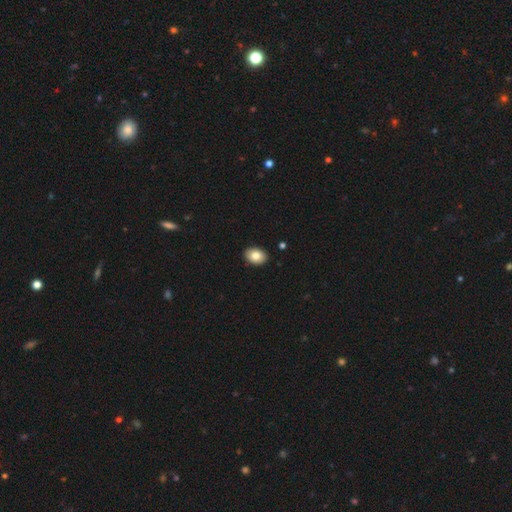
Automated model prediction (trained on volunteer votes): A smooth galaxy with no disk features (82%) that is in between round and cigar-shaped (81%). Merging: none (90%).